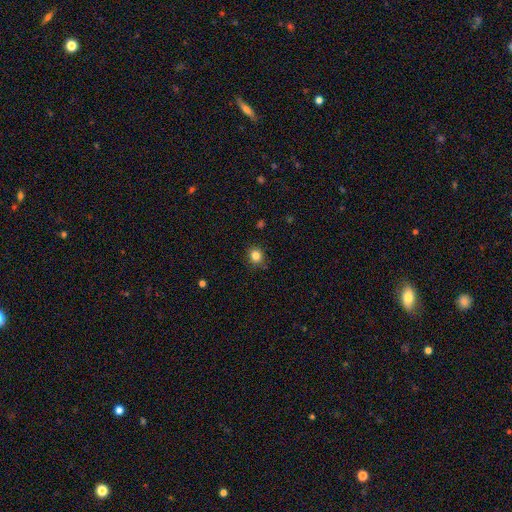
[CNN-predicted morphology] smooth 84%, star or artifact 12%, featured or disk 5%. Down the decision tree: how rounded — round (80%); merging — none (85%).